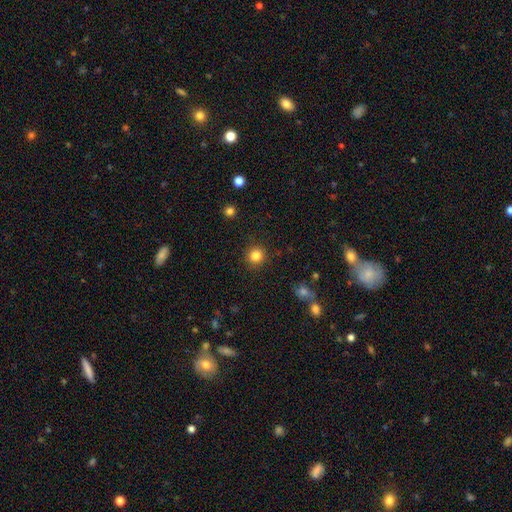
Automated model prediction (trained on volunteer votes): Smooth or featured: smooth — 83% (star or artifact — 12%)
How rounded: round — 93% (in between — 6%)
Merging: none — 91% (minor disturbance — 6%)